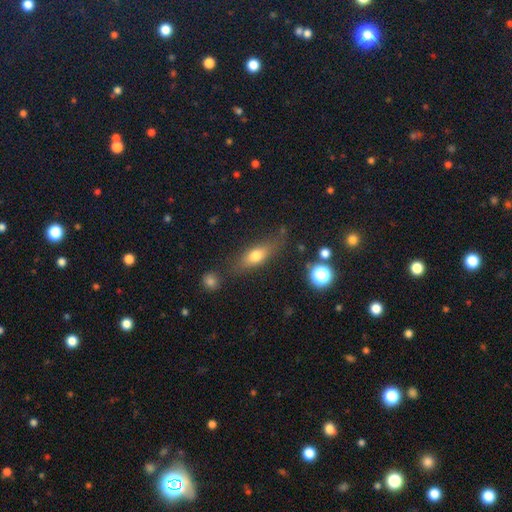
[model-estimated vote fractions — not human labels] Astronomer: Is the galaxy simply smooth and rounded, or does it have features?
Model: smooth — 67%.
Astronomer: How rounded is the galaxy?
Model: in between — 61%.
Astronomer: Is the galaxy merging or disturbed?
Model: none — 69%.